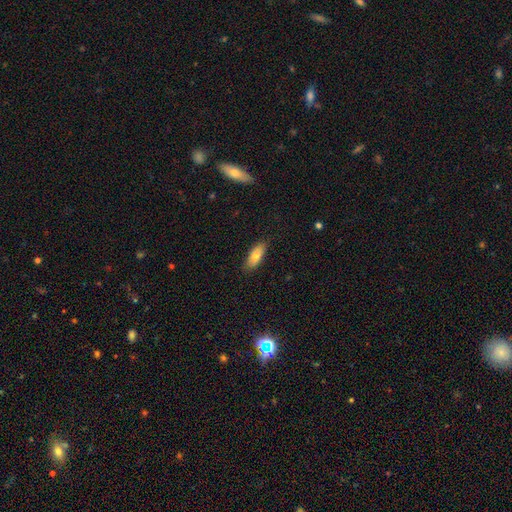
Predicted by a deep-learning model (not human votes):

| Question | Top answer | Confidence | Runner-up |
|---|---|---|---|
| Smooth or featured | smooth | 83% | featured or disk (11%) |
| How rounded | in between | 75% | cigar-shaped (23%) |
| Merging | none | 84% | minor disturbance (12%) |